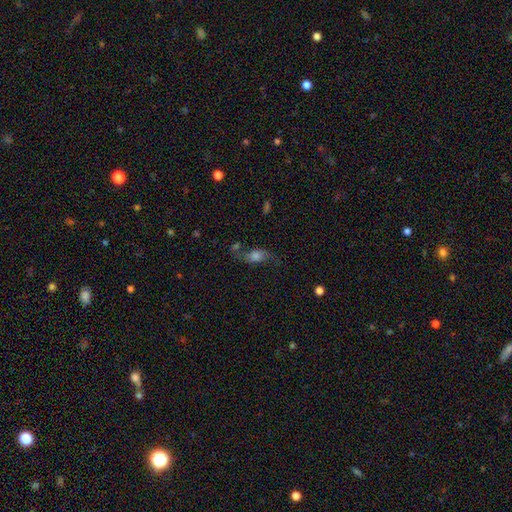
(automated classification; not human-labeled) A featured or disk galaxy (45%).

Vote fractions:
- Smooth or featured? featured or disk: 45% / smooth: 42% / star or artifact: 13%
- Merging? none: 55% / minor disturbance: 21% / major disturbance: 14% / merger: 10%